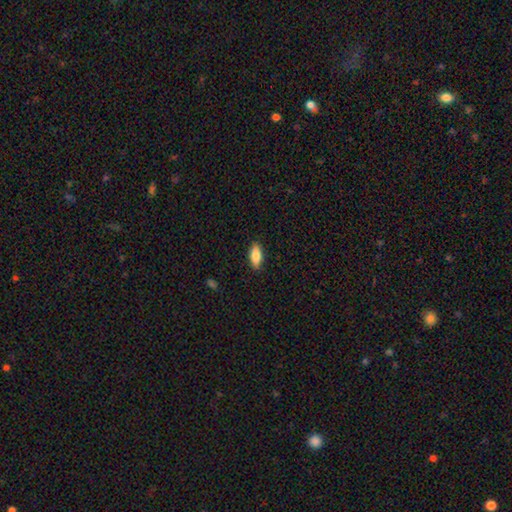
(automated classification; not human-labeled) This is clearly a smooth galaxy (81%). How rounded: likely in between (78%). Merging: clearly none (89%).